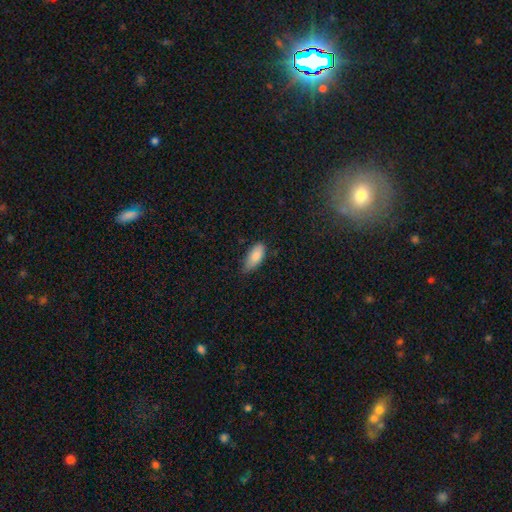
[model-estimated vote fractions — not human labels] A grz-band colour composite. It shows a smooth galaxy with no disk features (87%) that is in between round and cigar-shaped (86%). Merging: none (60%).